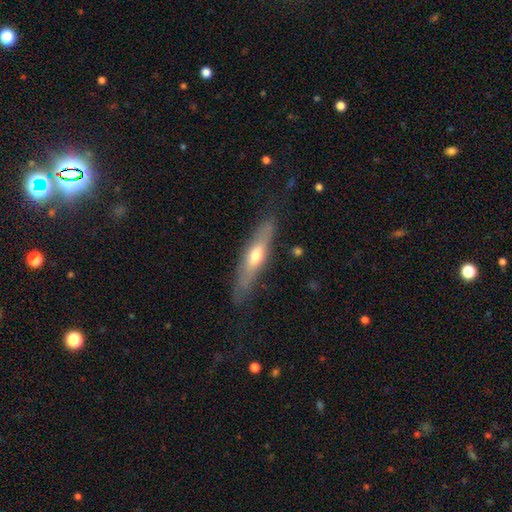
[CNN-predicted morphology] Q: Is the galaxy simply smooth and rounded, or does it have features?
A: featured or disk — 50%.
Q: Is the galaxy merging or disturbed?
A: none — 79%.